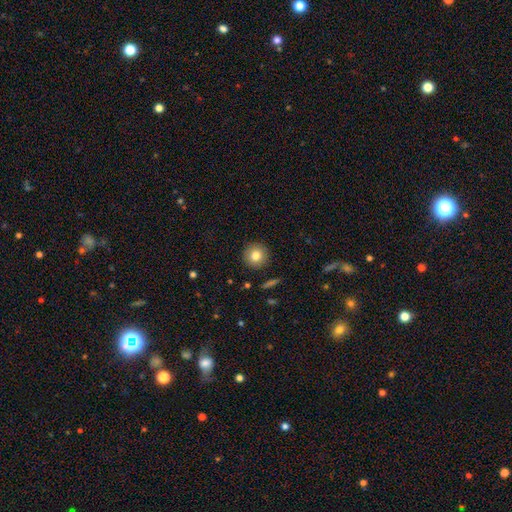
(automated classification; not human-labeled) A smooth galaxy with no disk features (80%) that is round (95%). Merging: none (91%).